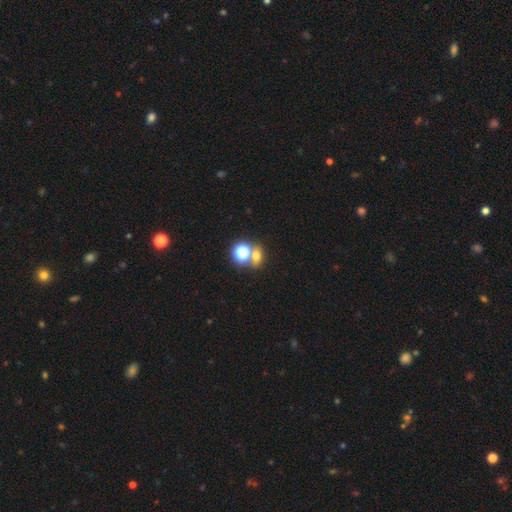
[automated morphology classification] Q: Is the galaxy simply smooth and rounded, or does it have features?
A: smooth — 60%.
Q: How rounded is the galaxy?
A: round — 54%.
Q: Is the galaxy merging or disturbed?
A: none — 55%.